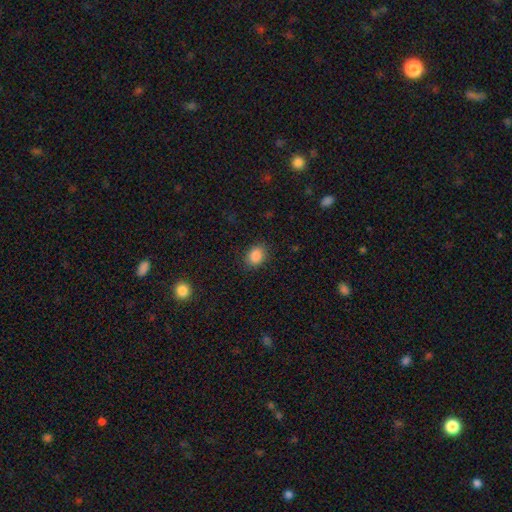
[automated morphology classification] Smooth or featured?
  - smooth: 87% *
  - star or artifact: 10%
  - featured or disk: 4%
How rounded?
  - in between: 56% *
  - round: 43%
  - cigar-shaped: 1%
Merging?
  - none: 86% *
  - minor disturbance: 10%
  - major disturbance: 3%
  - merger: 1%